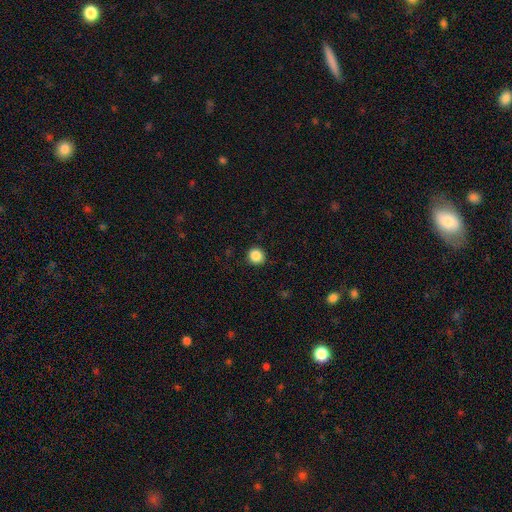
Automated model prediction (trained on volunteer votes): Morphology: type=smooth (87%); roundness=round (92%); merging=none (90%).